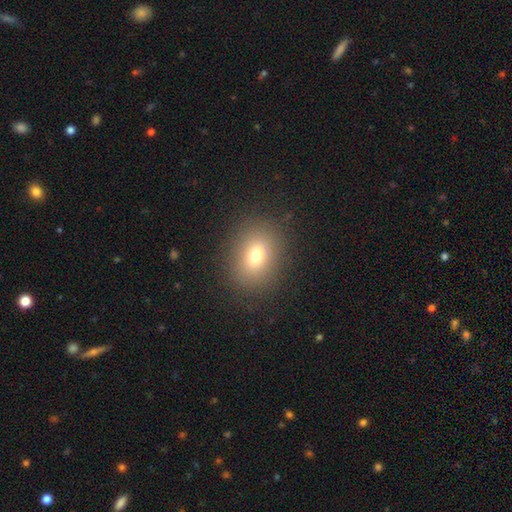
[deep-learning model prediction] Smooth or featured: smooth — 73% (star or artifact — 15%)
How rounded: in between — 51% (round — 48%)
Merging: none — 87% (minor disturbance — 8%)